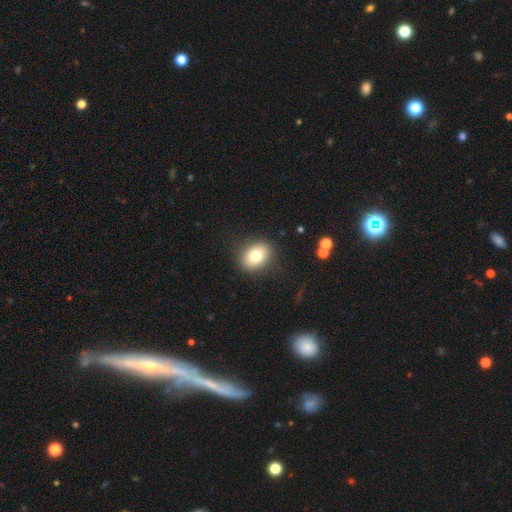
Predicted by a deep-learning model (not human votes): The model was most divided on "how rounded": in between: 58%, round: 41%, cigar-shaped: 1%. More confident: merging — none (86%); smooth or featured — smooth (77%).